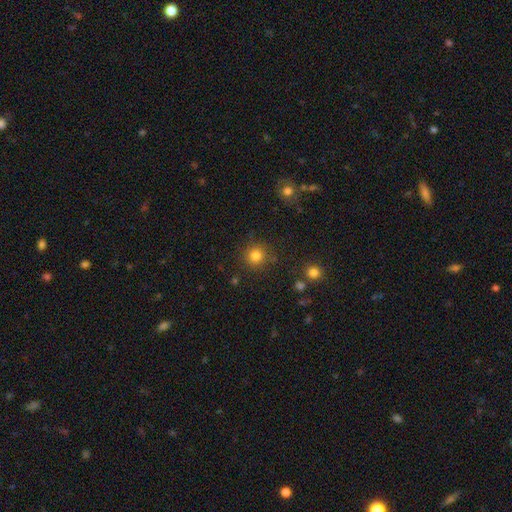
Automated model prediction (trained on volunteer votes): A smooth galaxy with no disk features (82%) that is round (93%). Merging: none (86%).